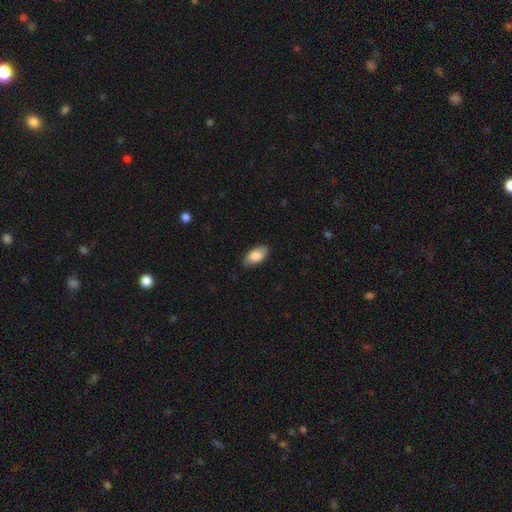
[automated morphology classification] Smooth or featured: smooth — 81% (featured or disk — 13%)
How rounded: in between — 93% (cigar-shaped — 4%)
Merging: none — 82% (minor disturbance — 14%)